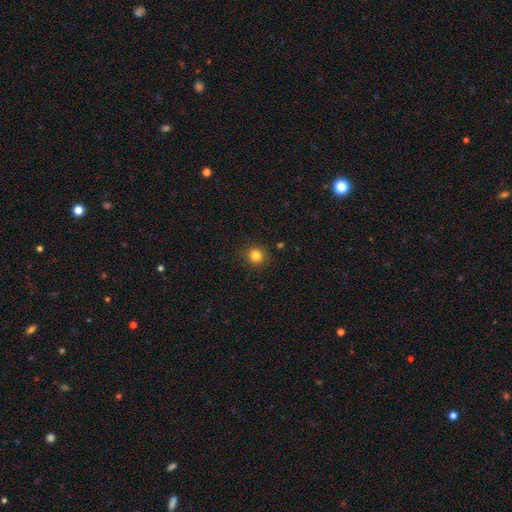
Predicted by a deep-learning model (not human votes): Smooth or featured? smooth (83%)
How rounded? round (92%)
Merging? none (90%)